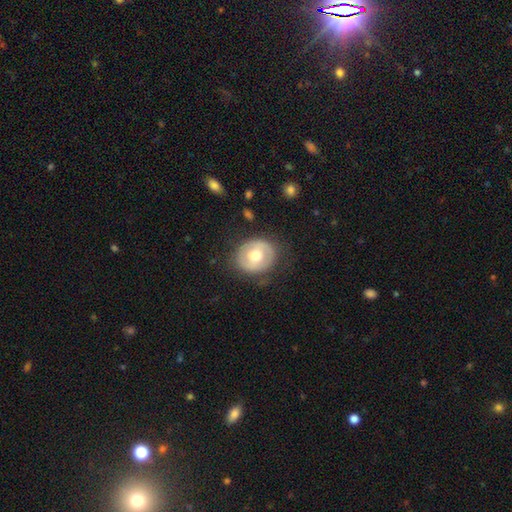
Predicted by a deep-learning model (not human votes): Smooth or featured? Predicted: smooth (p=0.47, tied with featured or disk). Merging? Predicted: none (p=0.79).